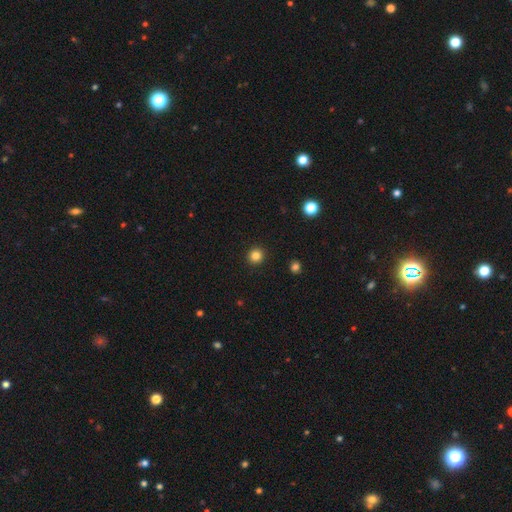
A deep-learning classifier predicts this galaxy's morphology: Smooth or featured? smooth (84%)
How rounded? round (94%)
Merging? none (93%)